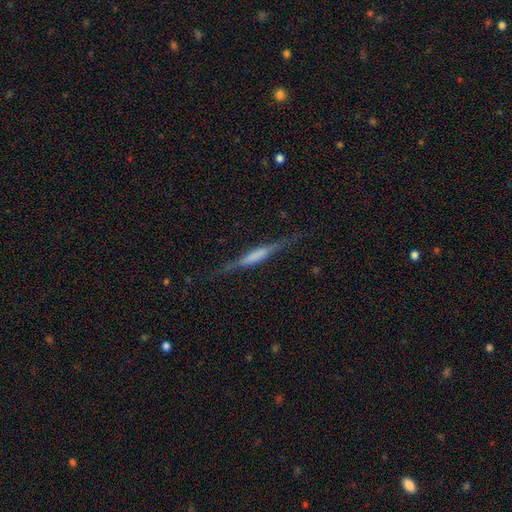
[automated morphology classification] Smooth or featured? featured or disk (60%)
Edge-on disk? yes (95%)
Edge-on bulge? boxy (45%)
Merging? none (79%)